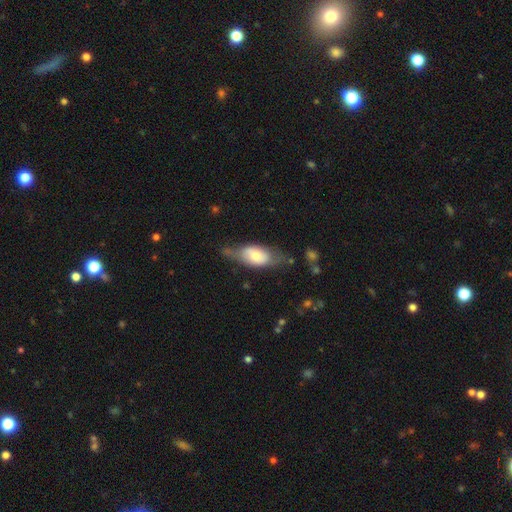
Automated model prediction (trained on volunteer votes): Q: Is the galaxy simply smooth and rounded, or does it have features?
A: smooth — 57%.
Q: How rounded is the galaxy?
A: in between — 83%.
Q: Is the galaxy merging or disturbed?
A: none — 48%.